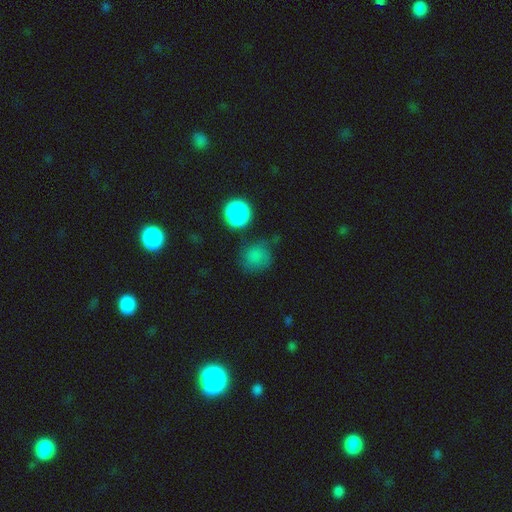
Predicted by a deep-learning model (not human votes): smooth_or_featured: smooth (p=0.75) [alt: star or artifact p=0.16]
how_rounded: round (p=0.83) [alt: in between p=0.16]
merging: none (p=0.65) [alt: minor disturbance p=0.21]